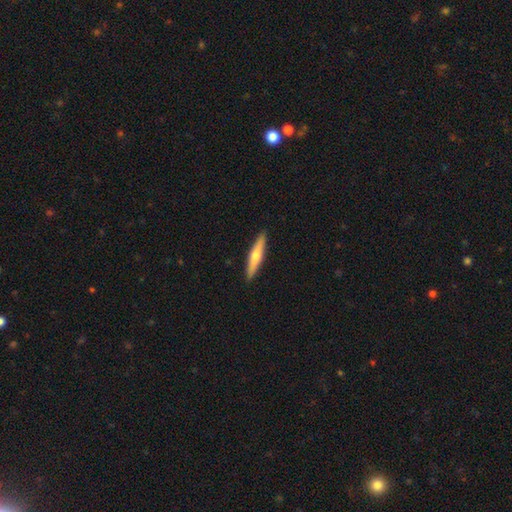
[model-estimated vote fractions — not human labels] Smooth or featured? Predicted: smooth (p=0.51). How rounded? Predicted: cigar-shaped (p=0.88). Merging? Predicted: none (p=0.92).